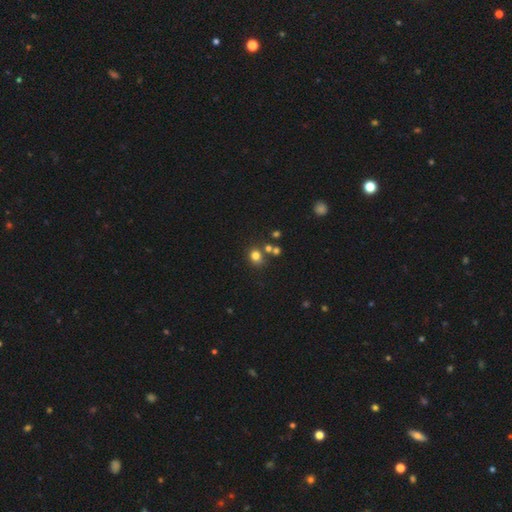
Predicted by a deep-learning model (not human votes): This appears to be a smooth galaxy with no disk features (77%) that is round (76%). Merging: none (68%).